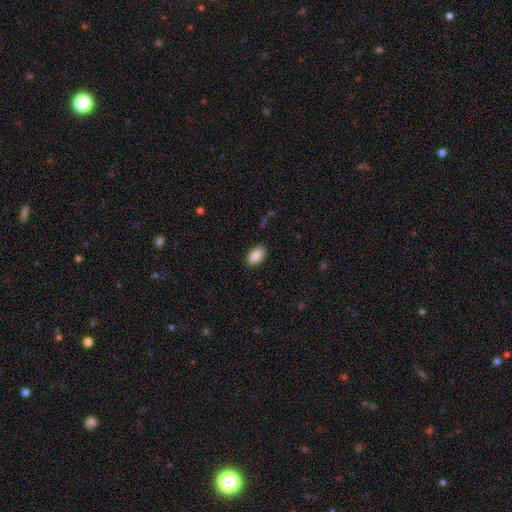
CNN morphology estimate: smooth_or_featured: smooth (p=0.89) [alt: star or artifact p=0.07]
how_rounded: in between (p=0.94) [alt: round p=0.04]
merging: none (p=0.89) [alt: minor disturbance p=0.08]